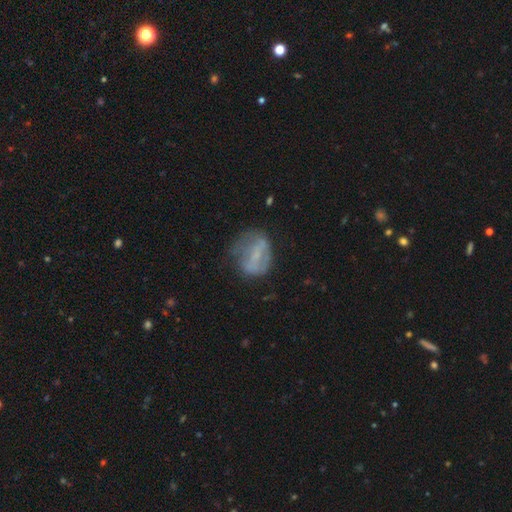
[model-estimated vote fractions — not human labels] This appears to be a featured or disk galaxy (49%). Merging: none (49%).